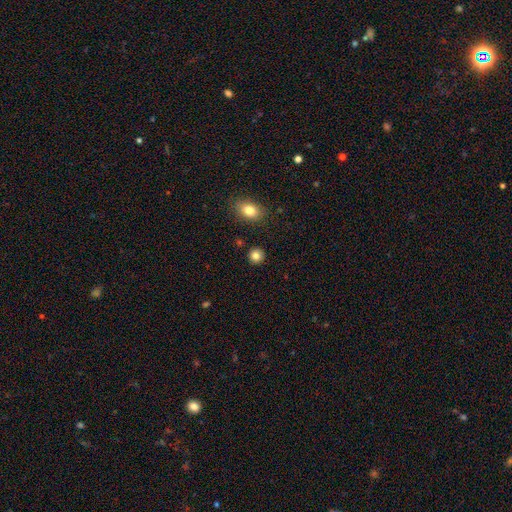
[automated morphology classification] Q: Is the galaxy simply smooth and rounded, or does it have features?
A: smooth — 84%.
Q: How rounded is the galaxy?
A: round — 89%.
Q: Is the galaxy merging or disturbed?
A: none — 90%.